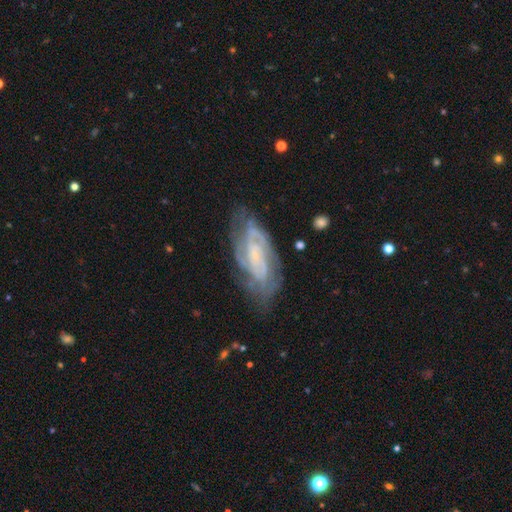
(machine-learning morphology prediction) smooth-or-featured: featured or disk: 81% | smooth: 13% | star or artifact: 7%
  disk-edge-on: no: 92% | yes: 8%
    bar: no: 47% | weak: 40% | strong: 13%
    has-spiral-arms: yes: 93% | no: 7%
      spiral-winding: tight: 53% | medium: 38% | loose: 10%
      spiral-arm-count: 2: 39% | can't tell: 31% | 3: 16% | 4: 6% | 1: 4% | more than 4: 4%
    bulge-size: small: 56% | none: 22% | moderate: 19% | large: 2% | dominant: 1%
  merging: none: 69% | minor disturbance: 20% | major disturbance: 9% | merger: 2%